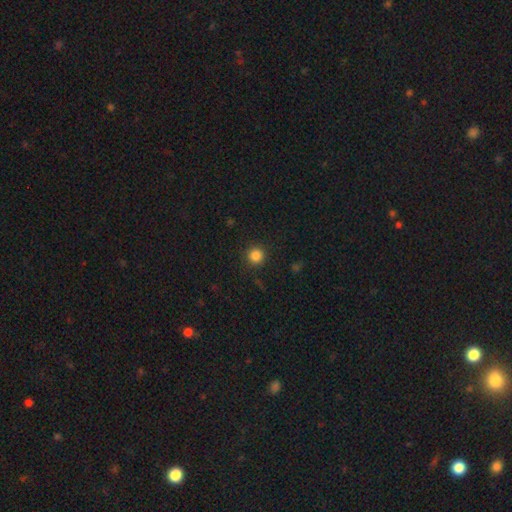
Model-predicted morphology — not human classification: Smooth or featured?
  - smooth: 84% *
  - star or artifact: 12%
  - featured or disk: 4%
How rounded?
  - round: 95% *
  - in between: 4%
  - cigar-shaped: 1%
Merging?
  - none: 91% *
  - minor disturbance: 6%
  - major disturbance: 2%
  - merger: 1%